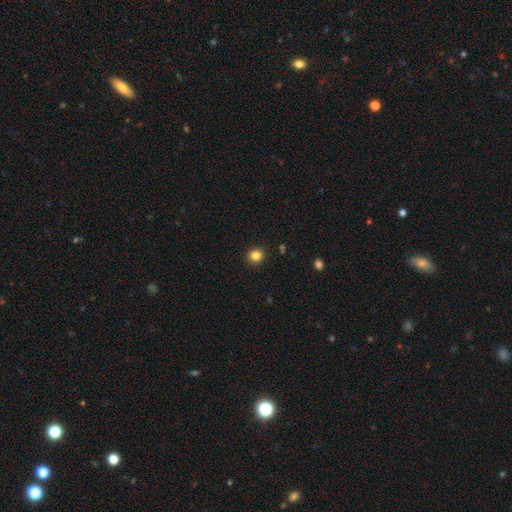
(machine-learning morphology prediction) This is clearly a smooth galaxy (84%). How rounded: clearly round (87%). Merging: clearly none (91%).